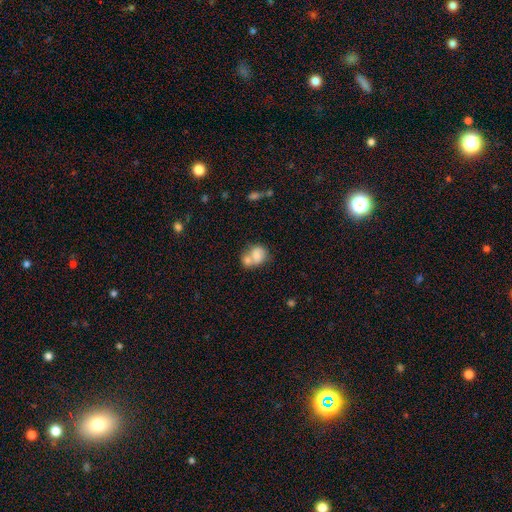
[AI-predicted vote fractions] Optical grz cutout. It shows a smooth galaxy with no disk features (74%) that is round (54%). Merging: merger (63%).